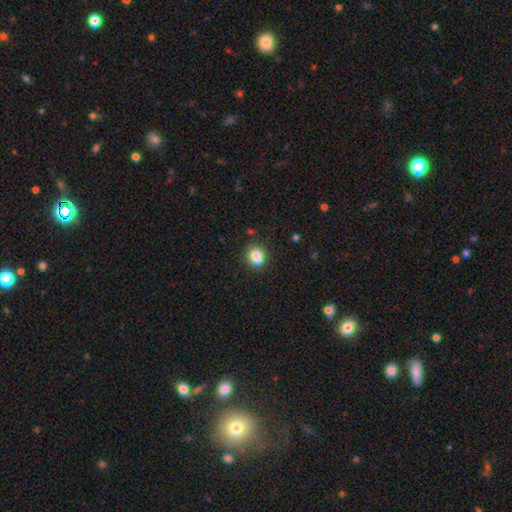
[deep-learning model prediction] Overall: smooth (83%). How rounded: round (62%; in between 37%). Merging: none (76%).